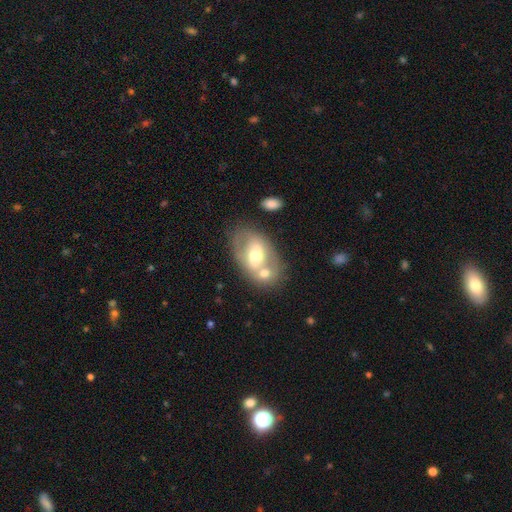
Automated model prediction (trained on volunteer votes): smooth-or-featured: featured or disk: 53% | smooth: 39% | star or artifact: 7%
  disk-edge-on: no: 91% | yes: 9%
  merging: none: 48% | merger: 30% | minor disturbance: 15% | major disturbance: 7%